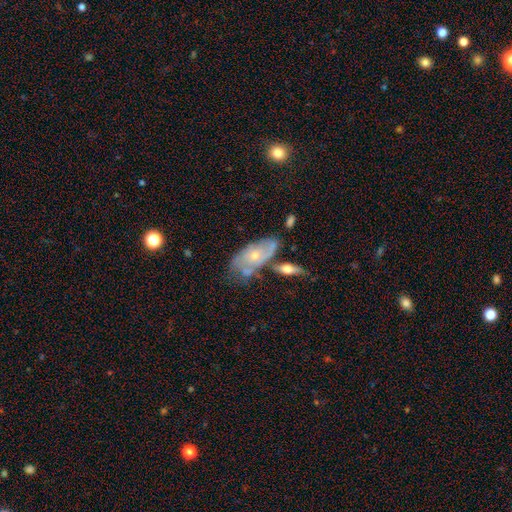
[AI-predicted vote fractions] A featured or disk galaxy (61%) with no bar (83%), spiral arms (62%) and a small central bulge (63%).

Vote fractions:
- Smooth or featured? featured or disk: 61% / smooth: 32% / star or artifact: 7%
- Edge-on disk? no: 87% / yes: 13%
- Bar? no: 83% / weak: 14% / strong: 2%
- Spiral arms? yes: 62% / no: 38%
- Bulge size? small: 63% / moderate: 32% / none: 2% / large: 2% / dominant: 1%
- Merging? none: 42% / minor disturbance: 25% / merger: 21% / major disturbance: 12%